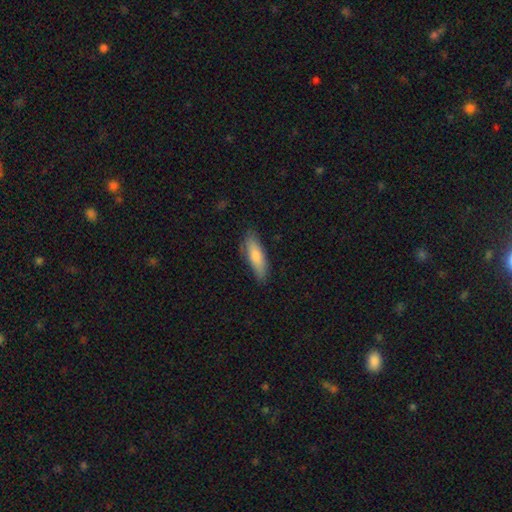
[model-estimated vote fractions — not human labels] The model was most divided on "how rounded": cigar-shaped: 65%, in between: 33%, round: 2%. More confident: merging — none (84%); smooth or featured — smooth (73%).